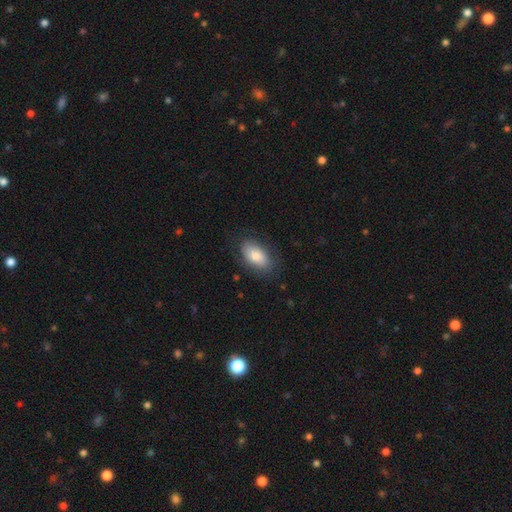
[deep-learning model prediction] Smooth or featured? smooth (80%)
How rounded? in between (92%)
Merging? none (76%)